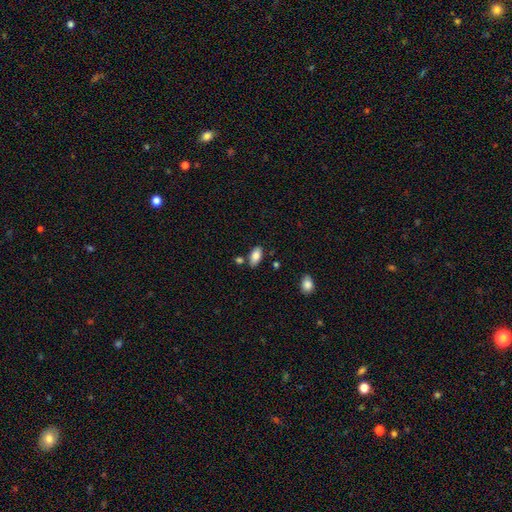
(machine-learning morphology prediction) The model was most divided on "merging": none: 77%, minor disturbance: 13%, merger: 6%, major disturbance: 3%. More confident: how rounded — in between (92%); smooth or featured — smooth (83%).